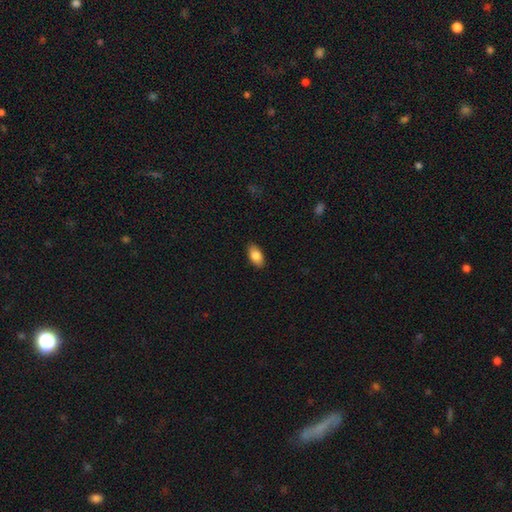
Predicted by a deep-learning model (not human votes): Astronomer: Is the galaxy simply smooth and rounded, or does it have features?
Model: smooth — 85%.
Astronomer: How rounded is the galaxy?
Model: in between — 93%.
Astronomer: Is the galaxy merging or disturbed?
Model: none — 89%.